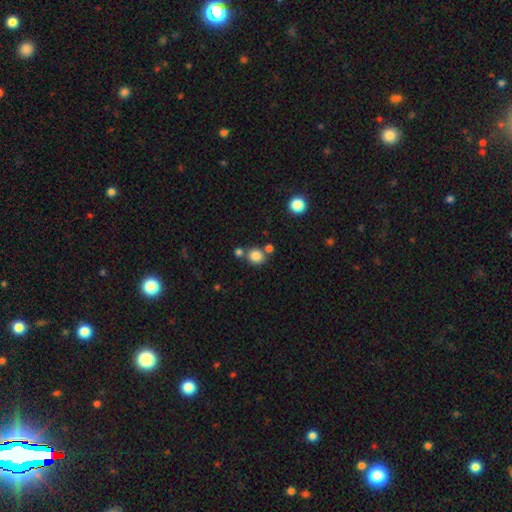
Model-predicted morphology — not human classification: Overall: smooth (83%). How rounded: round (85%). Merging: none (69%).